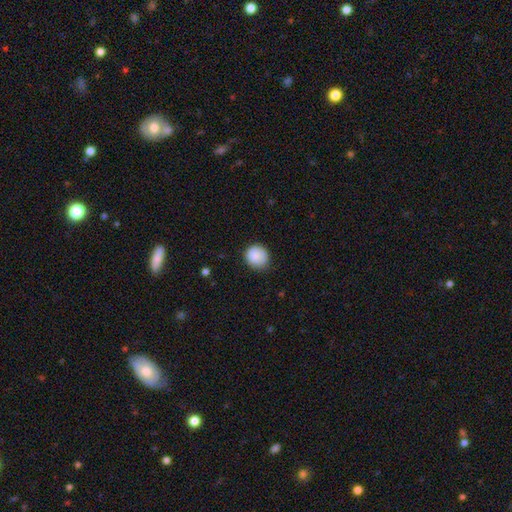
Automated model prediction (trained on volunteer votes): This appears to be a smooth galaxy with no disk features (87%) that is round (85%). Merging: none (78%).